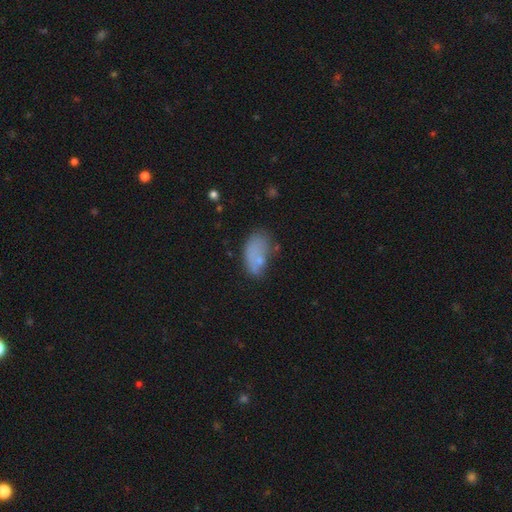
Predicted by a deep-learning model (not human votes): Morphology: type=smooth (68%); roundness=in between (90%); merging=none (45%).